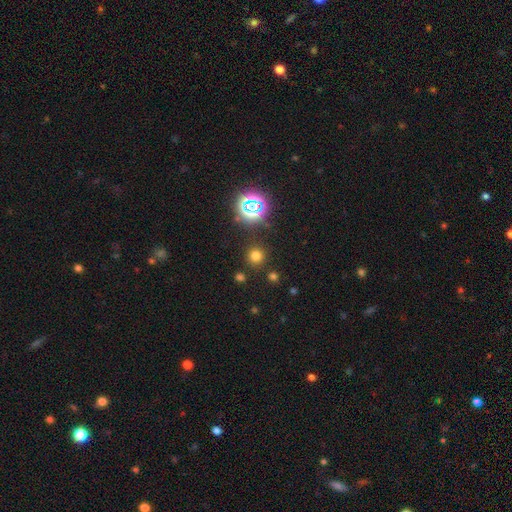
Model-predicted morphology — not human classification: smooth_or_featured: smooth (p=0.69) [alt: star or artifact p=0.25]
how_rounded: round (p=0.93) [alt: in between p=0.06]
merging: none (p=0.87) [alt: minor disturbance p=0.07]